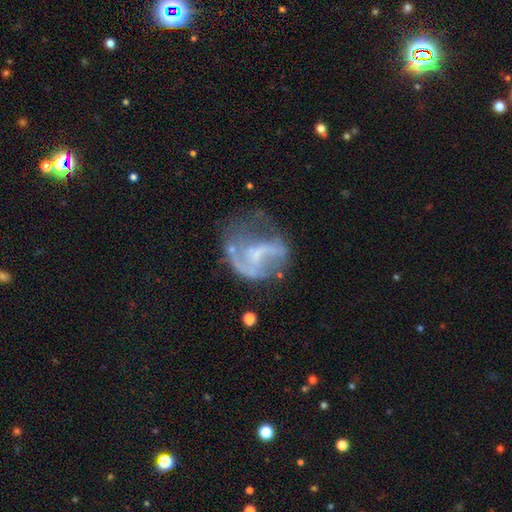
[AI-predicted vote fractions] A featured or disk galaxy (72%) with no bar (52%), spiral arms (67%) and no central bulge (50%). Merging: major disturbance (38%).